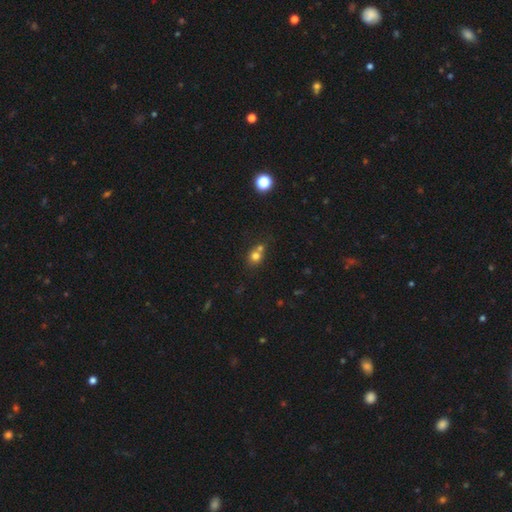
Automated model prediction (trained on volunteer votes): Smooth or featured? Predicted: smooth (p=0.73). How rounded? Predicted: round (p=0.79). Merging? Predicted: none (p=0.46).